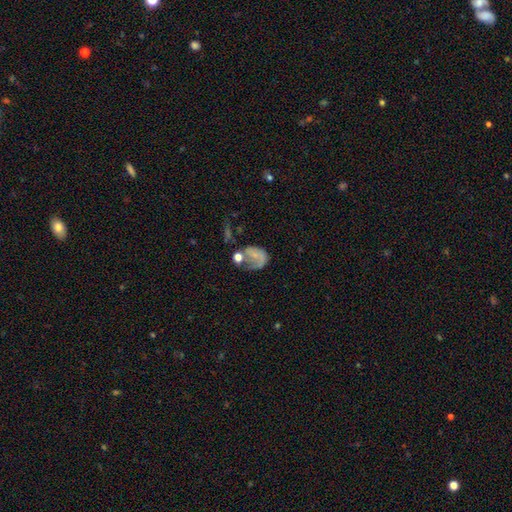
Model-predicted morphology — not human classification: This appears to be a smooth galaxy with no disk features (45%). Merging: major disturbance (38%).